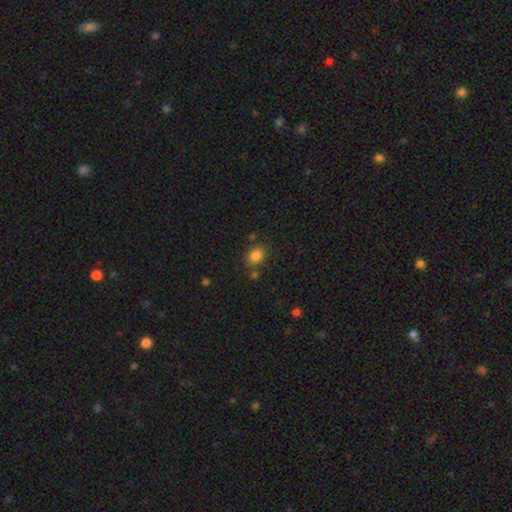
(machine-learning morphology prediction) smooth-or-featured: smooth: 82% | star or artifact: 12% | featured or disk: 6%
  how-rounded: round: 52% | in between: 47% | cigar-shaped: 1%
  merging: none: 77% | minor disturbance: 12% | merger: 8% | major disturbance: 3%